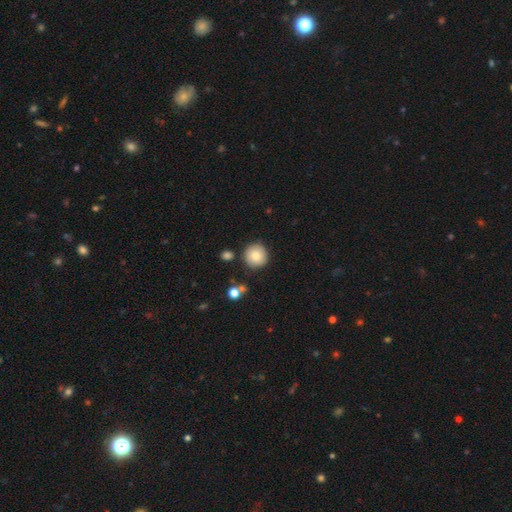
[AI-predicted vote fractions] Smooth or featured?
  - smooth: 82% *
  - featured or disk: 9%
  - star or artifact: 9%
How rounded?
  - round: 94% *
  - in between: 5%
  - cigar-shaped: 1%
Merging?
  - none: 84% *
  - minor disturbance: 9%
  - merger: 4%
  - major disturbance: 2%